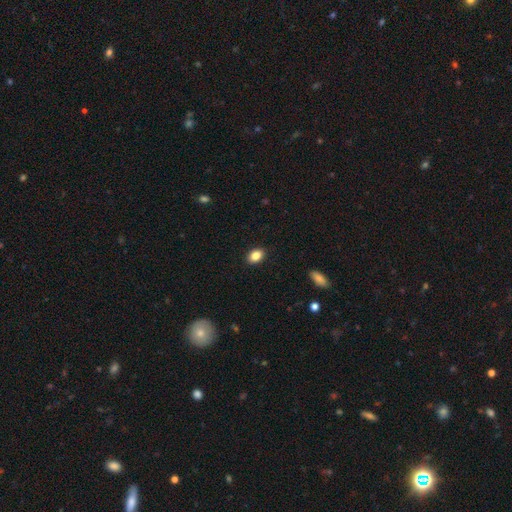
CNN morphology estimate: smooth-or-featured: smooth: 86% | star or artifact: 9% | featured or disk: 6%
  how-rounded: in between: 78% | round: 20% | cigar-shaped: 1%
  merging: none: 90% | minor disturbance: 8% | major disturbance: 2% | merger: 1%